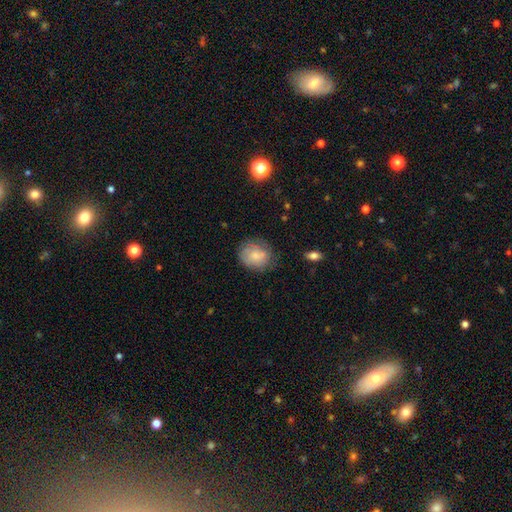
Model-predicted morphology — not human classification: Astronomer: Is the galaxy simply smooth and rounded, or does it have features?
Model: smooth — 69%.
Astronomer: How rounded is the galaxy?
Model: round — 70%.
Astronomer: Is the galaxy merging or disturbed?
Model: none — 71%.